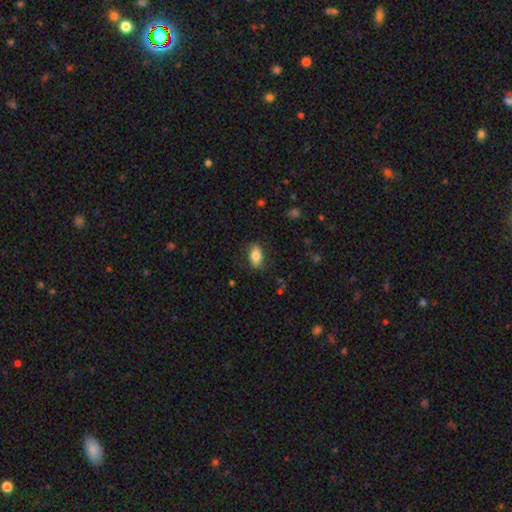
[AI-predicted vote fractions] Morphology: type=smooth (81%); roundness=in between (89%); merging=none (82%).